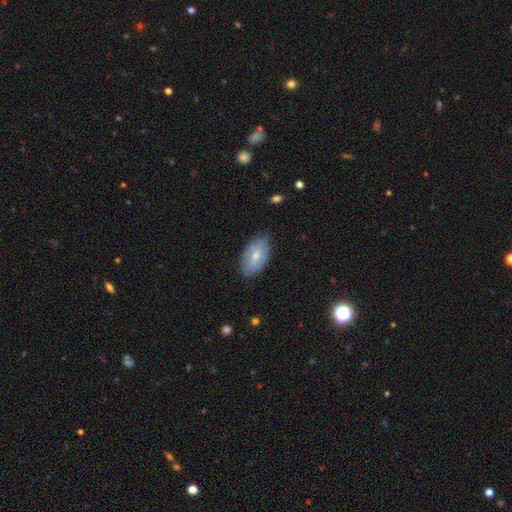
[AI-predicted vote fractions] This is likely a smooth galaxy (64%). How rounded: clearly in between (94%). Merging: likely none (76%).